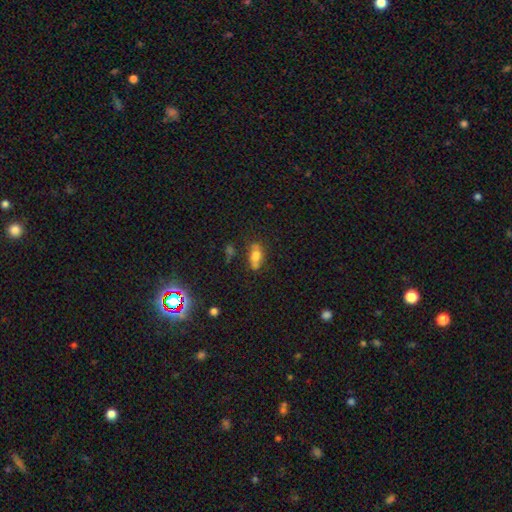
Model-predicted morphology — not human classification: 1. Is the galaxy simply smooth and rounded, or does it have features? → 61% smooth, 24% featured or disk, 15% star or artifact.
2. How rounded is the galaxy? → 80% in between, 11% cigar-shaped, 9% round.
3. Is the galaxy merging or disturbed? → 49% none, 23% minor disturbance, 15% merger, 13% major disturbance.